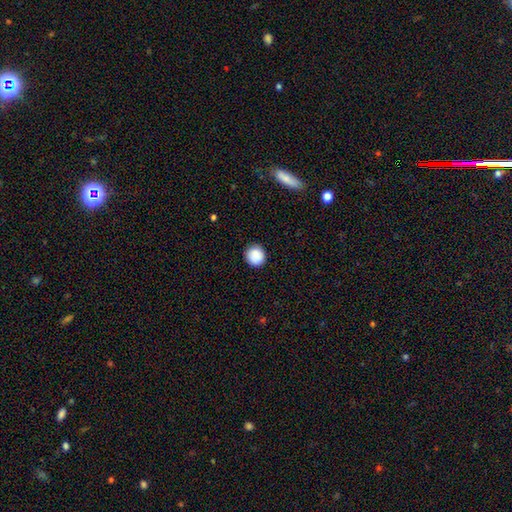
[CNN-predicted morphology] Smooth or featured? smooth (89%)
How rounded? round (95%)
Merging? none (91%)